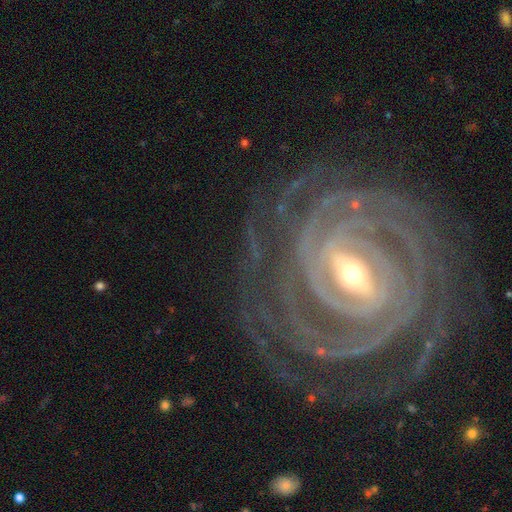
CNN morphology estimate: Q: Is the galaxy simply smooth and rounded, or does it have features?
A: featured or disk — 93%.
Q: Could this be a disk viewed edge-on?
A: no — 97%.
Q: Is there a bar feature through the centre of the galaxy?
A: strong — 68%.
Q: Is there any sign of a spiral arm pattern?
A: yes — 99%.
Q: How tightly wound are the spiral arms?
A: tight — 87%.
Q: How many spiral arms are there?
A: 4 — 26%.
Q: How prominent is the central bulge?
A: small — 49%.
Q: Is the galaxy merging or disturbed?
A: none — 80%.